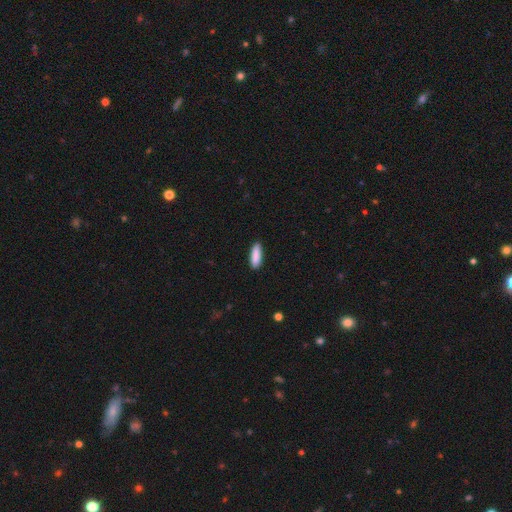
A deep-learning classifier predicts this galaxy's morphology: type=smooth (90%); roundness=in between (51%); merging=none (89%).